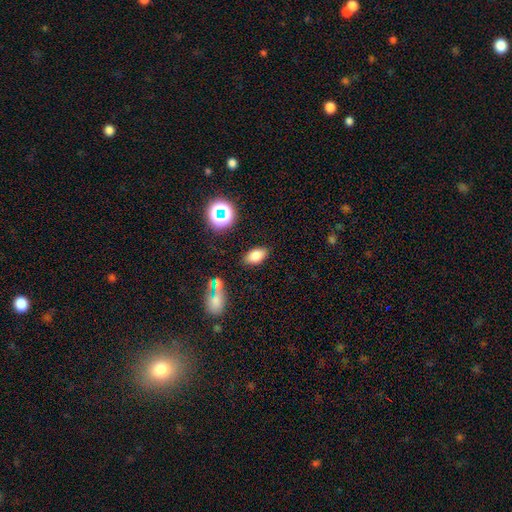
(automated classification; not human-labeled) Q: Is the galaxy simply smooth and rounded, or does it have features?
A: smooth — 79%.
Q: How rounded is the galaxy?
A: in between — 89%.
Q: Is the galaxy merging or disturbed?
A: none — 83%.